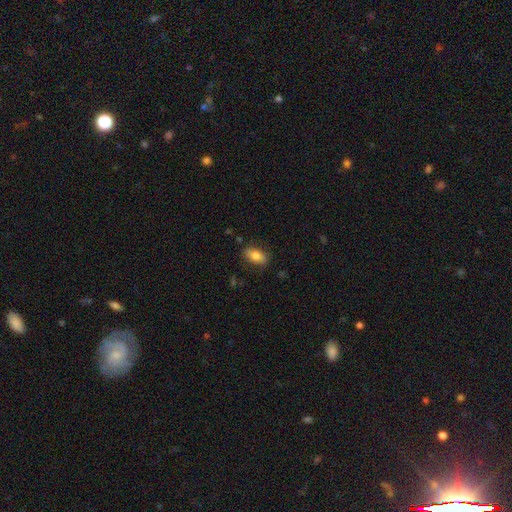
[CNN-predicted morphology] This appears to be a smooth galaxy with no disk features (79%) that is in between round and cigar-shaped (88%). Merging: none (83%).